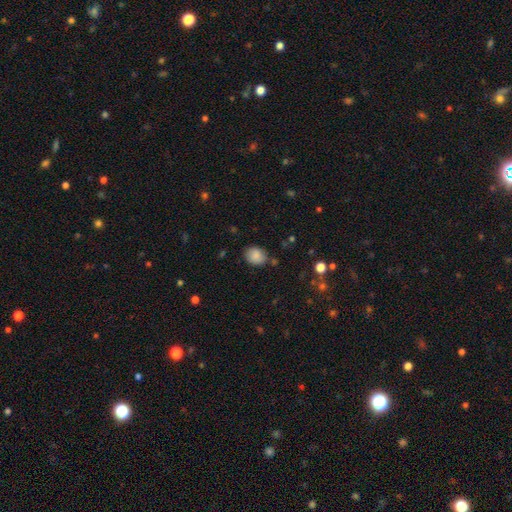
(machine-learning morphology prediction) smooth_or_featured: smooth (p=0.86) [alt: star or artifact p=0.08]
how_rounded: round (p=0.53) [alt: in between p=0.46]
merging: none (p=0.79) [alt: minor disturbance p=0.15]